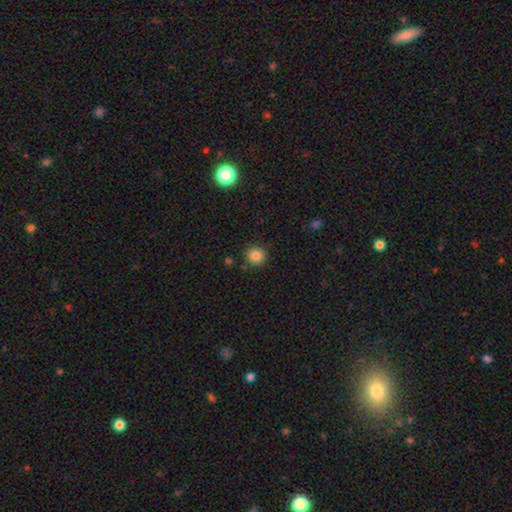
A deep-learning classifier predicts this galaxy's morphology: Overall: smooth (83%). How rounded: round (92%). Merging: none (87%).